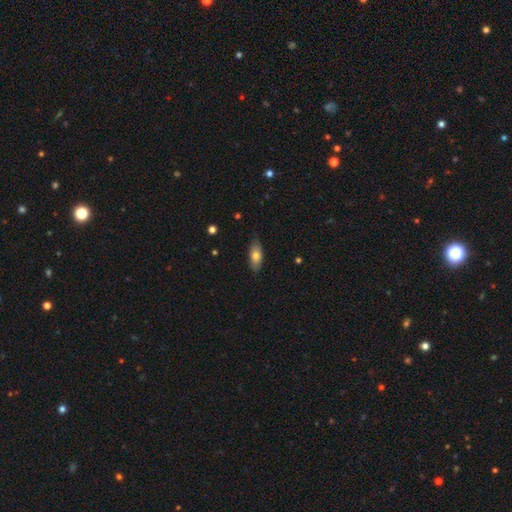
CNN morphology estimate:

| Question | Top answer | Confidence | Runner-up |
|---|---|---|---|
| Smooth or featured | smooth | 74% | featured or disk (19%) |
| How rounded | in between | 81% | cigar-shaped (16%) |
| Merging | none | 84% | minor disturbance (13%) |